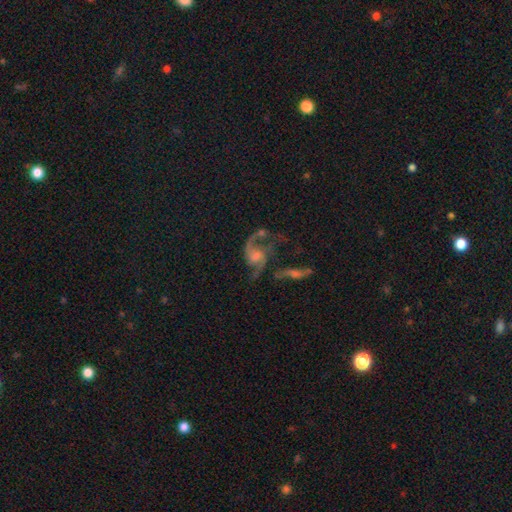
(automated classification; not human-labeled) Smooth or featured? featured or disk (84%)
Edge-on disk? no (97%)
Bar? no (59%)
Spiral arms? yes (93%)
Spiral winding? loose (60%)
Spiral arm count? 2 (81%)
Bulge size? moderate (41%)
Merging? none (38%)